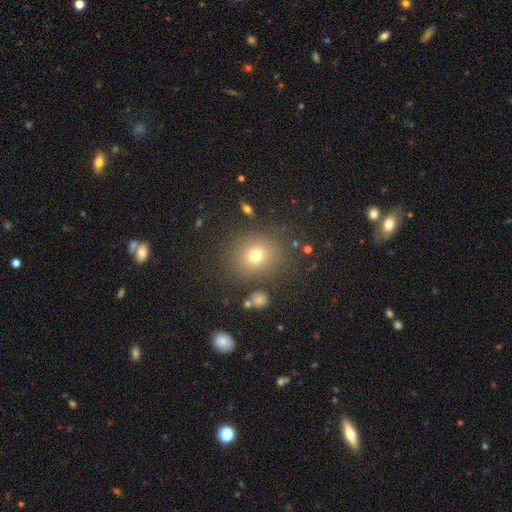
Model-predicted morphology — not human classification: smooth-or-featured: smooth: 71% | star or artifact: 17% | featured or disk: 11%
  how-rounded: round: 76% | in between: 23% | cigar-shaped: 1%
  merging: none: 81% | minor disturbance: 10% | major disturbance: 5% | merger: 3%